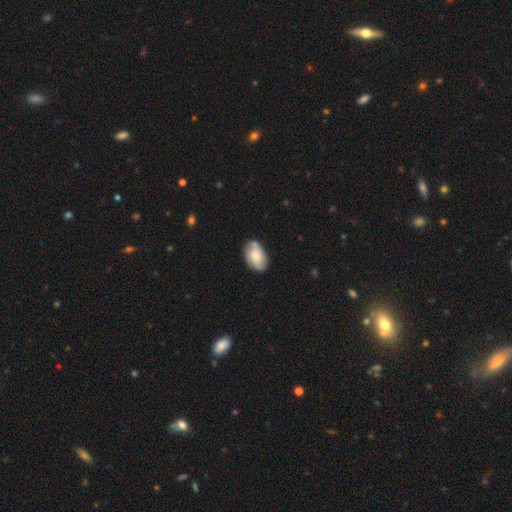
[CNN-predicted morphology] smooth_or_featured: smooth (p=0.67) [alt: featured or disk p=0.26]
how_rounded: in between (p=0.91) [alt: round p=0.07]
merging: none (p=0.64) [alt: minor disturbance p=0.24]